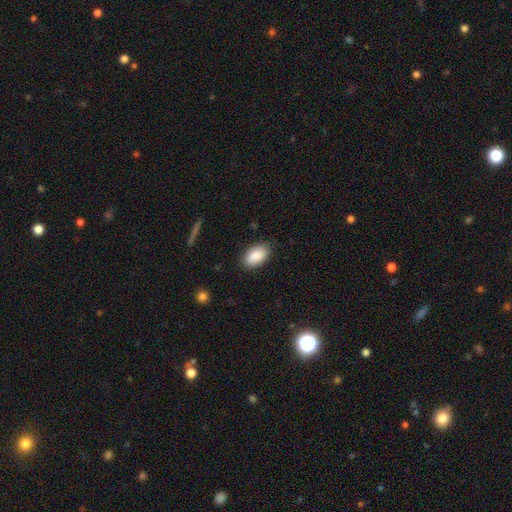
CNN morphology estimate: Smooth or featured?
  - smooth: 88% *
  - star or artifact: 7%
  - featured or disk: 5%
How rounded?
  - in between: 93% *
  - round: 5%
  - cigar-shaped: 2%
Merging?
  - none: 86% *
  - minor disturbance: 11%
  - major disturbance: 3%
  - merger: 1%